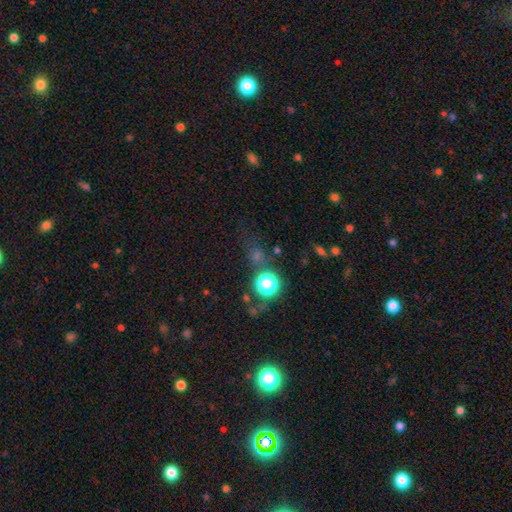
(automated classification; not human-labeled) Smooth or featured? star or artifact (46%, tied with smooth)